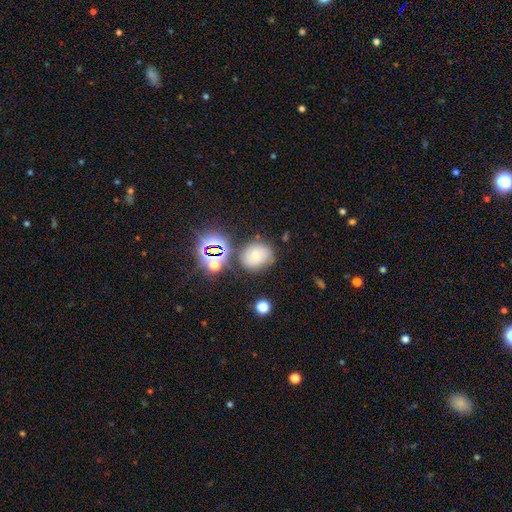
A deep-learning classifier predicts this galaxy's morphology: type=smooth (57%); roundness=round (68%); merging=none (66%).